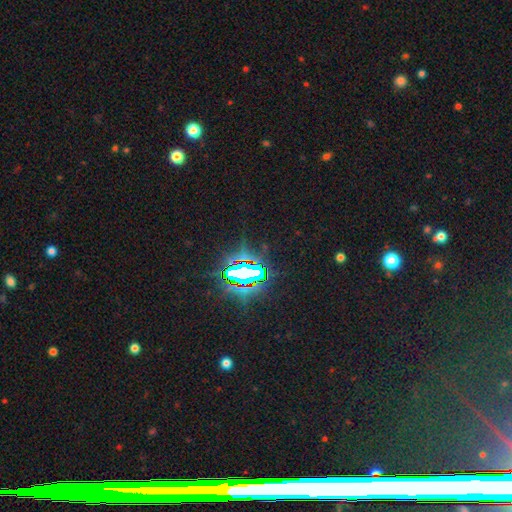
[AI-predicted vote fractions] Morphology: type=star or artifact (82%).